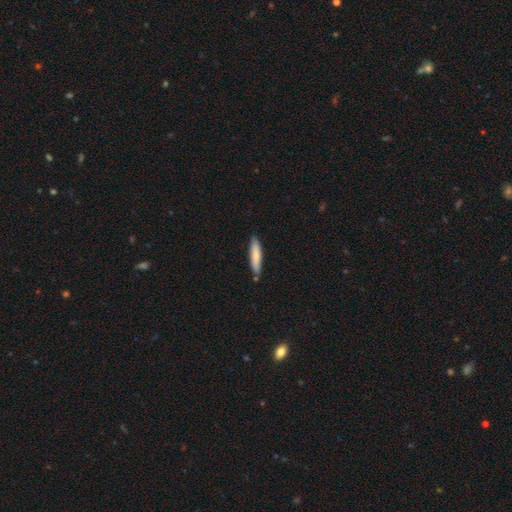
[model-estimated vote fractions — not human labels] smooth-or-featured: smooth: 78% | featured or disk: 16% | star or artifact: 6%
  how-rounded: cigar-shaped: 84% | in between: 15% | round: 1%
  merging: none: 83% | minor disturbance: 11% | merger: 3% | major disturbance: 2%